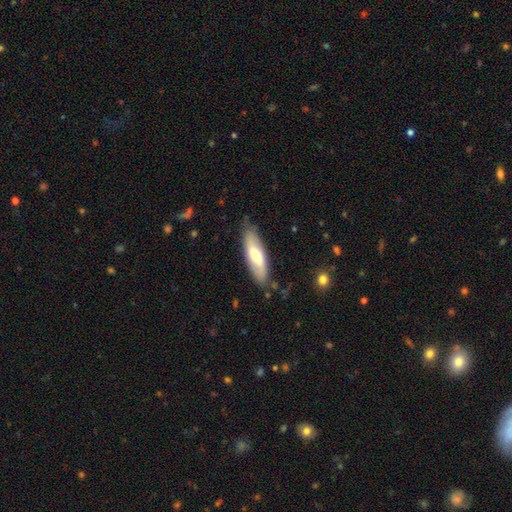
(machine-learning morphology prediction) A smooth galaxy with no disk features (60%) that is in between round and cigar-shaped (55%). Merging: none (79%).